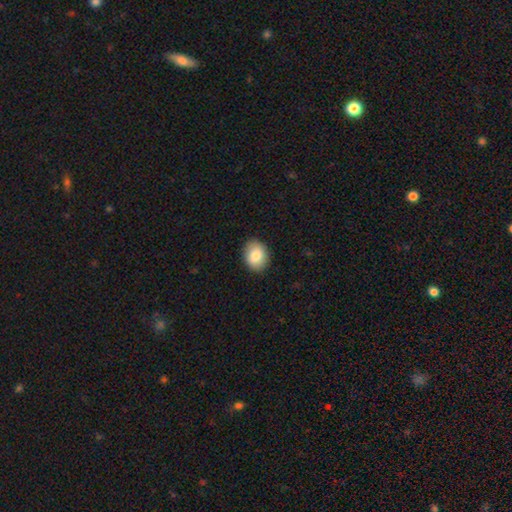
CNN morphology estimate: Smooth or featured?
  - smooth: 84% *
  - featured or disk: 9%
  - star or artifact: 7%
How rounded?
  - in between: 62% *
  - round: 38%
  - cigar-shaped: 1%
Merging?
  - none: 88% *
  - minor disturbance: 9%
  - major disturbance: 2%
  - merger: 1%